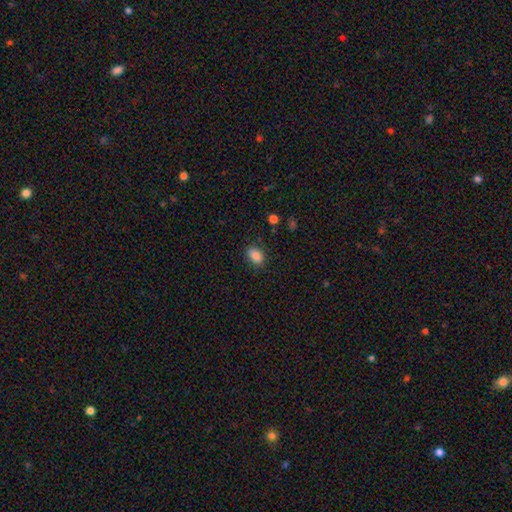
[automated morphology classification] type=smooth (86%); roundness=in between (86%); merging=none (85%).